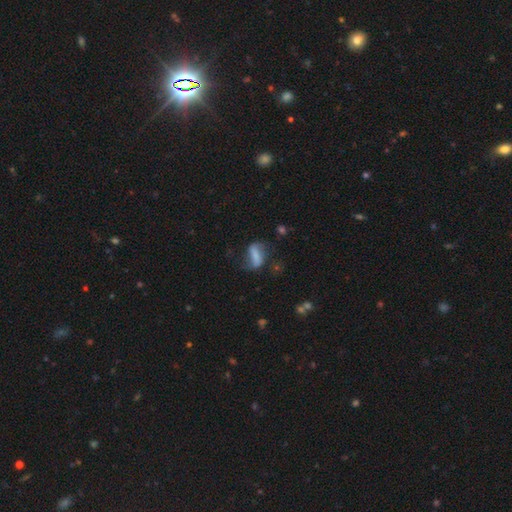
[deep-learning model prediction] Smooth or featured? smooth (46%)
Merging? none (52%)